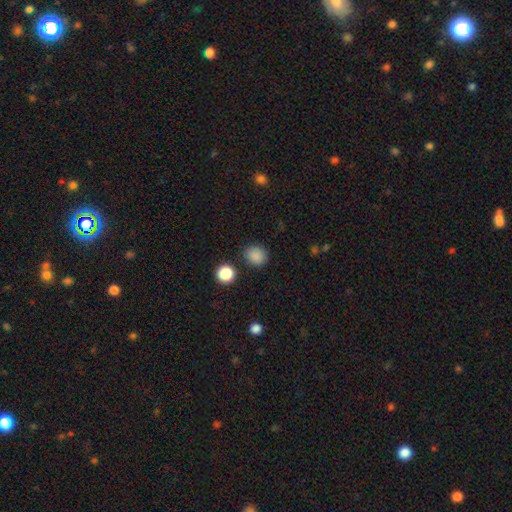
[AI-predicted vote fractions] Smooth or featured? Predicted: smooth (p=0.85). How rounded? Predicted: round (p=0.71). Merging? Predicted: none (p=0.83).